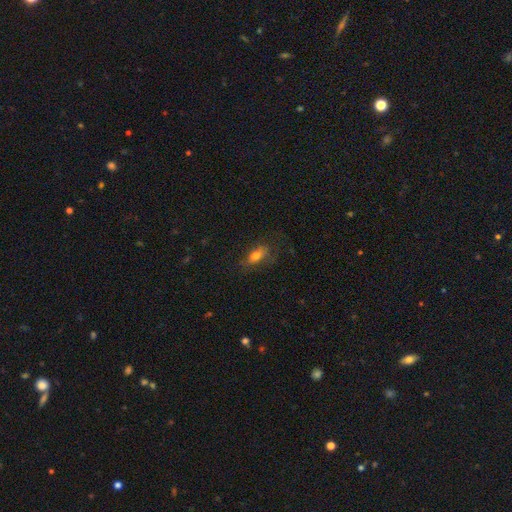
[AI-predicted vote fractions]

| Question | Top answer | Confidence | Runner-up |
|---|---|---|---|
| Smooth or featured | smooth | 74% | featured or disk (16%) |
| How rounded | in between | 73% | cigar-shaped (21%) |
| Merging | none | 67% | minor disturbance (21%) |